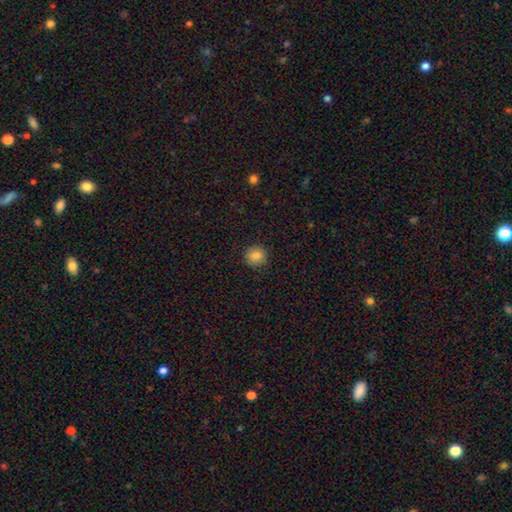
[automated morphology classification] type=smooth (85%); roundness=round (91%); merging=none (91%).